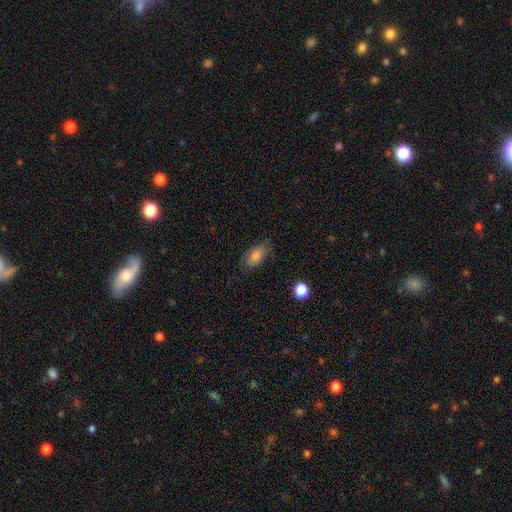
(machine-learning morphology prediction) Smooth or featured?
  - smooth: 73% *
  - featured or disk: 17%
  - star or artifact: 9%
How rounded?
  - in between: 89% *
  - round: 6%
  - cigar-shaped: 5%
Merging?
  - none: 72% *
  - minor disturbance: 20%
  - major disturbance: 6%
  - merger: 1%